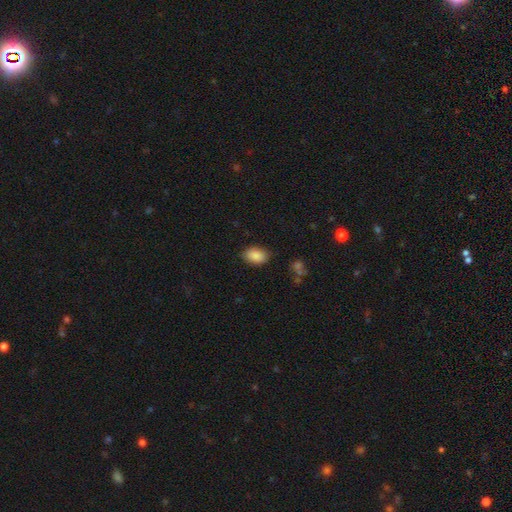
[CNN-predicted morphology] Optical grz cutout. It shows a smooth galaxy with no disk features (88%) that is in between round and cigar-shaped (86%). Merging: none (82%).